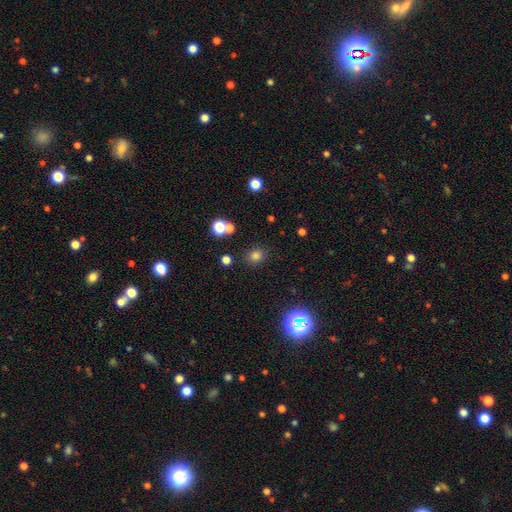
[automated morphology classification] Smooth or featured?
  - smooth: 77% *
  - star or artifact: 18%
  - featured or disk: 6%
How rounded?
  - round: 77% *
  - in between: 22%
  - cigar-shaped: 1%
Merging?
  - none: 85% *
  - minor disturbance: 8%
  - merger: 4%
  - major disturbance: 3%